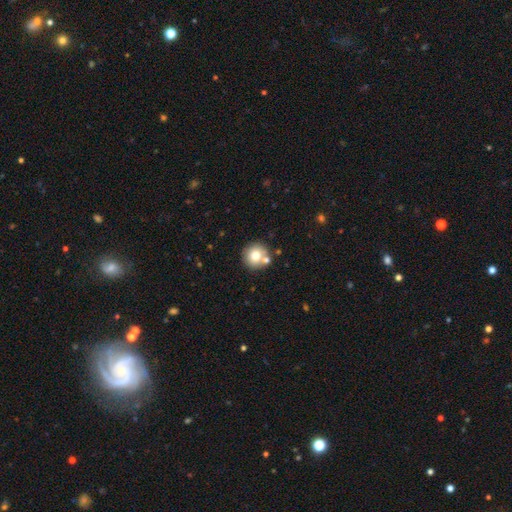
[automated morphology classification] A smooth galaxy with no disk features (75%) that is round (93%). Merging: none (73%).